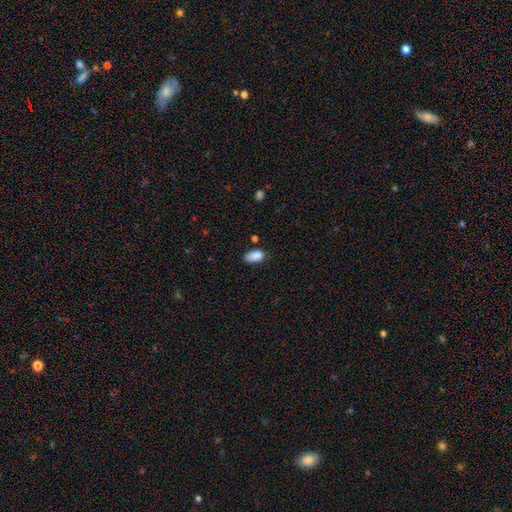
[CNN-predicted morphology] The model was most divided on "merging": none: 68%, minor disturbance: 25%, major disturbance: 5%, merger: 3%. More confident: how rounded — in between (92%); smooth or featured — smooth (87%).